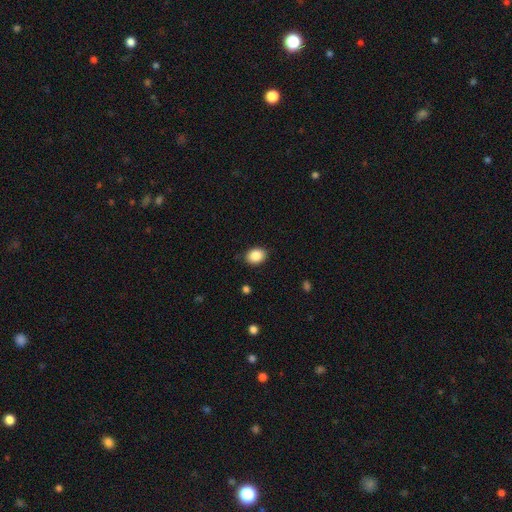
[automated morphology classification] smooth_or_featured: smooth (p=0.87) [alt: star or artifact p=0.08]
how_rounded: in between (p=0.67) [alt: round p=0.32]
merging: none (p=0.87) [alt: minor disturbance p=0.10]